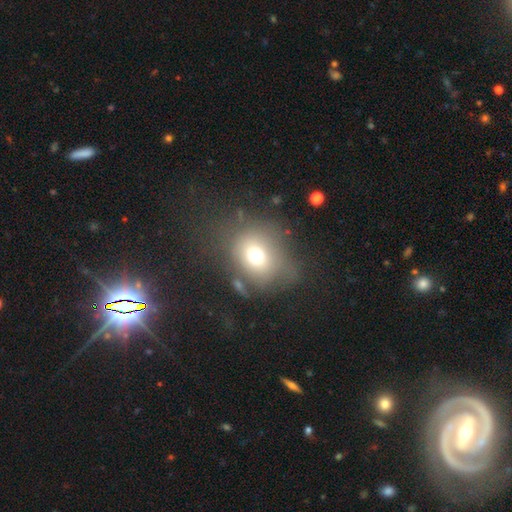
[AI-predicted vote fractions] Morphology: type=smooth (69%); roundness=round (68%); merging=none (55%).